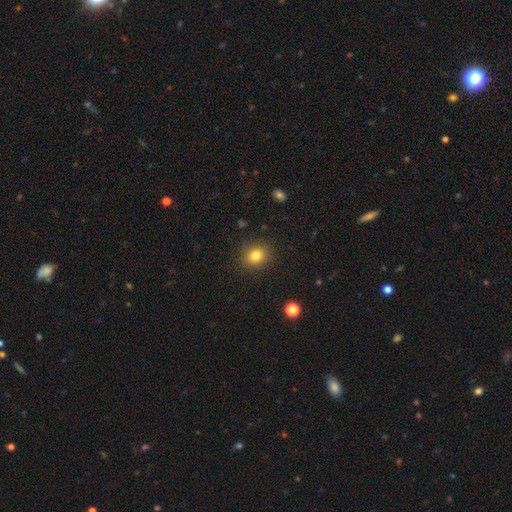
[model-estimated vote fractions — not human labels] smooth 82%, star or artifact 11%, featured or disk 6%. Down the decision tree: how rounded — round (68%); merging — none (88%).